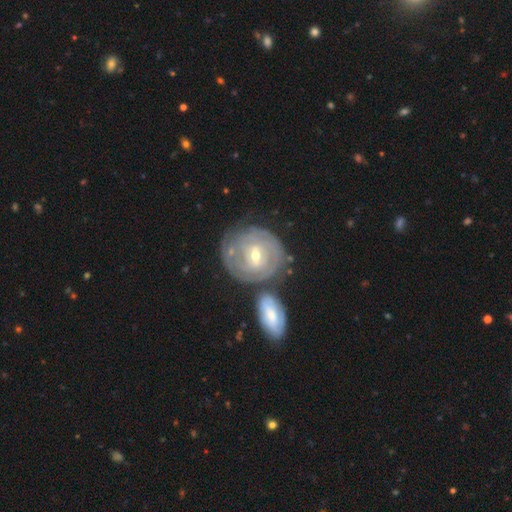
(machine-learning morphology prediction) Smooth or featured? featured or disk (78%)
Edge-on disk? no (96%)
Bar? weak (54%)
Spiral arms? yes (86%)
Spiral winding? tight (78%)
Spiral arm count? can't tell (52%)
Bulge size? moderate (50%)
Merging? none (57%)